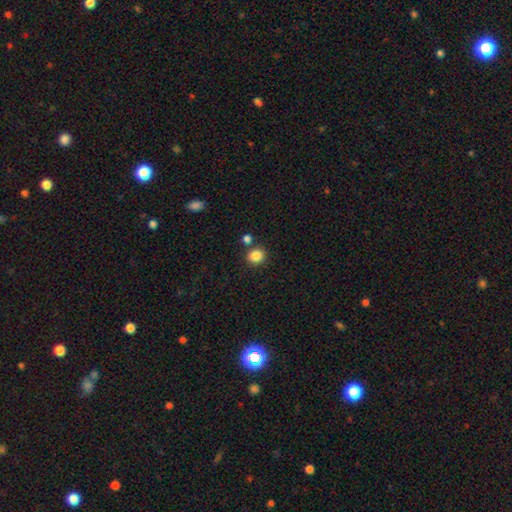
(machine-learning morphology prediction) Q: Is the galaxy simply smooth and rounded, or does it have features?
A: smooth — 85%.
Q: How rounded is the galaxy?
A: round — 79%.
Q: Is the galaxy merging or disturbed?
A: none — 77%.